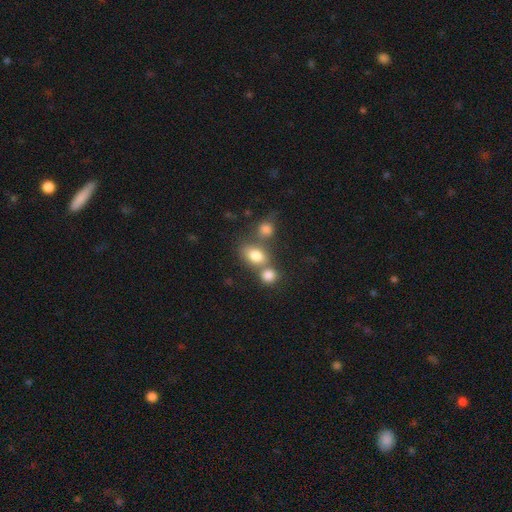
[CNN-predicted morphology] Smooth or featured? Predicted: smooth (p=0.79). How rounded? Predicted: in between (p=0.66). Merging? Predicted: none (p=0.44).